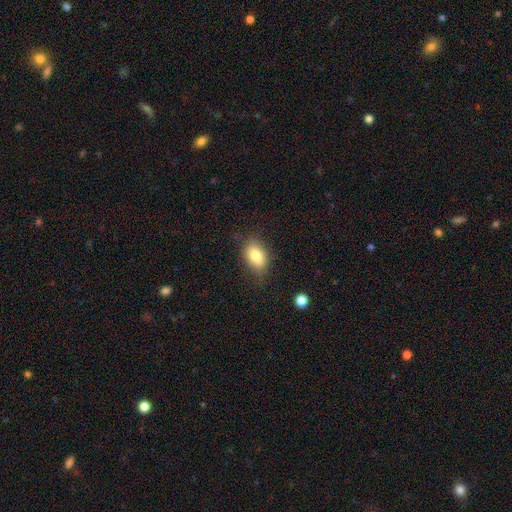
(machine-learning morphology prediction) Smooth or featured? smooth (79%)
How rounded? in between (86%)
Merging? none (75%)